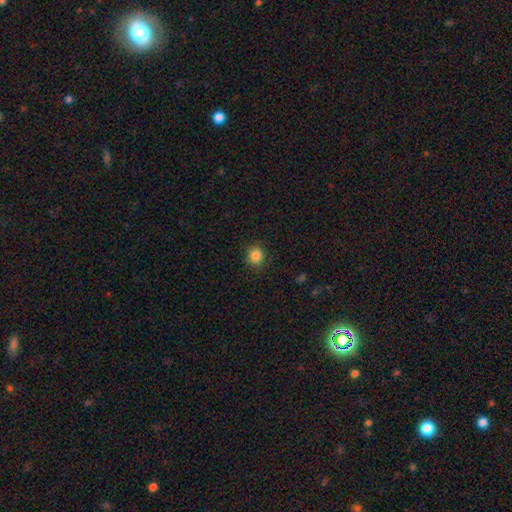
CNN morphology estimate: Overall: smooth (85%). How rounded: round (89%). Merging: none (90%).